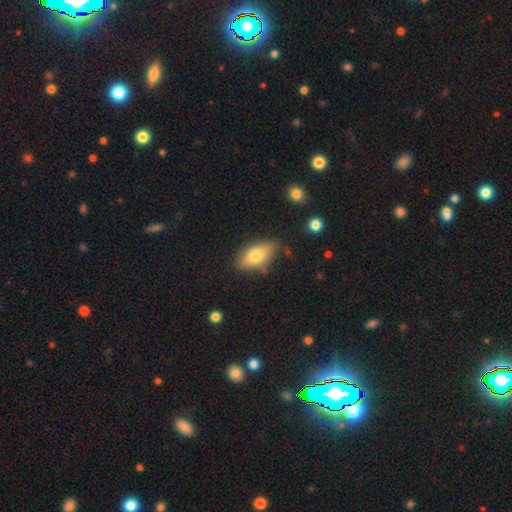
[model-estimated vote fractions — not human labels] smooth 72%, featured or disk 20%, star or artifact 7%. Down the decision tree: how rounded — in between (86%); merging — none (75%).